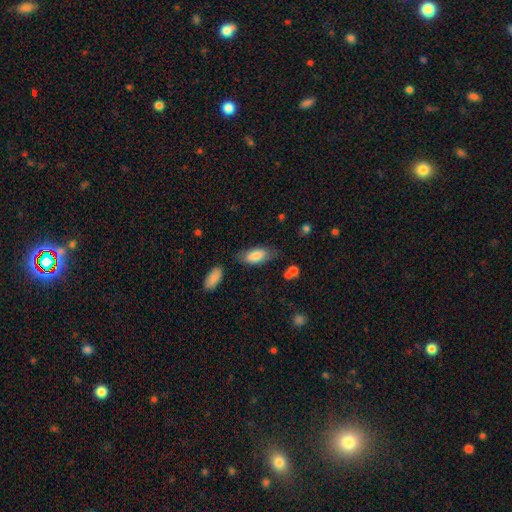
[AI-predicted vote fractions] smooth_or_featured: smooth (p=0.80) [alt: featured or disk p=0.13]
how_rounded: in between (p=0.86) [alt: cigar-shaped p=0.11]
merging: none (p=0.68) [alt: minor disturbance p=0.21]